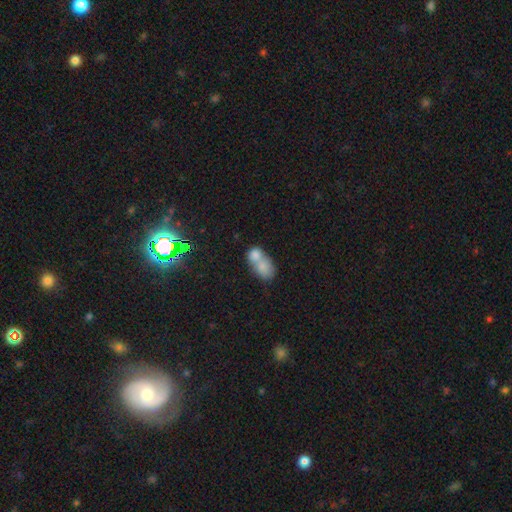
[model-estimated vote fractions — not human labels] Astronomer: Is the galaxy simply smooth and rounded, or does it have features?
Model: smooth — 76%.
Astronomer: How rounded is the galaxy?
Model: in between — 67%.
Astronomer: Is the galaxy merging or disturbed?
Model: merger — 74%.